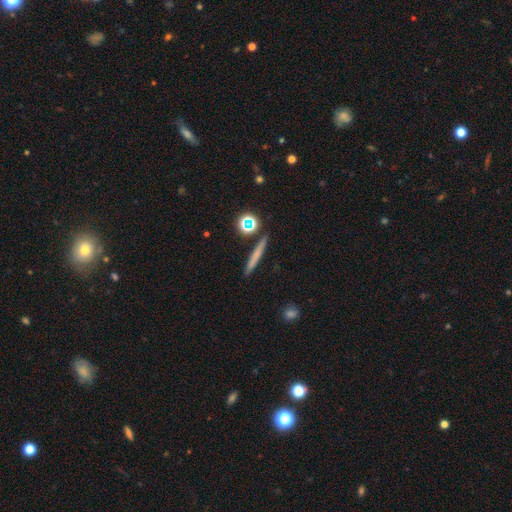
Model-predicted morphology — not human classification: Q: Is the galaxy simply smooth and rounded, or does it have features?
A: smooth — 59%.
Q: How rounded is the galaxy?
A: cigar-shaped — 89%.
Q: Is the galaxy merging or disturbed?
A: none — 88%.